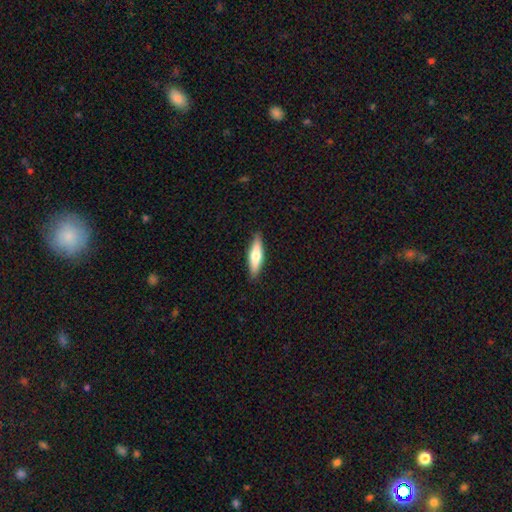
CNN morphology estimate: Overall: smooth (61%; featured or disk 34%). How rounded: cigar-shaped (65%; in between 33%). Merging: none (89%).